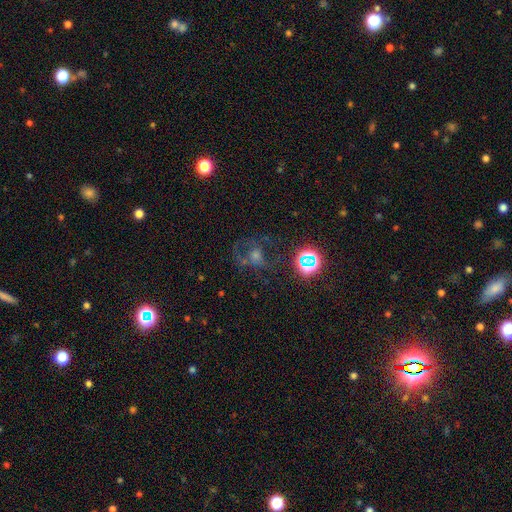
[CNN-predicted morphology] Smooth or featured?
  - featured or disk: 38% *
  - star or artifact: 35%
  - smooth: 27%
Merging?
  - none: 51% *
  - major disturbance: 26%
  - minor disturbance: 17%
  - merger: 5%